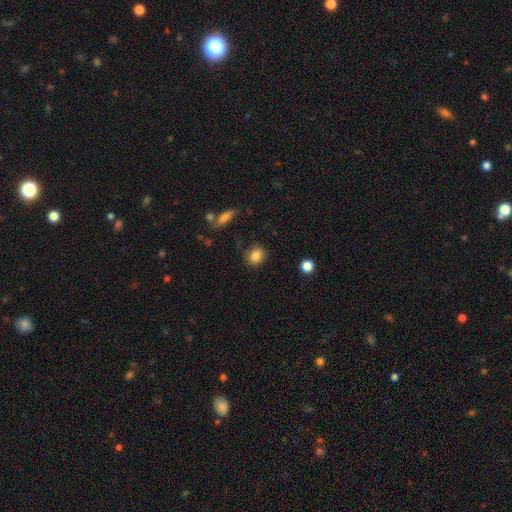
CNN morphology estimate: This is clearly a smooth galaxy (85%). How rounded: likely round (71%). Merging: clearly none (82%).